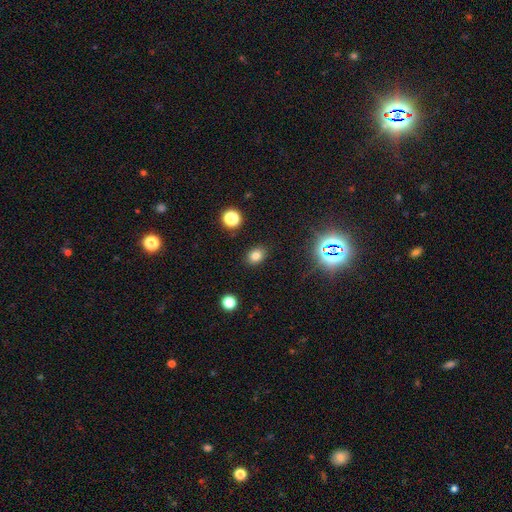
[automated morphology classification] smooth-or-featured: smooth: 78% | star or artifact: 16% | featured or disk: 7%
  how-rounded: in between: 57% | round: 42% | cigar-shaped: 1%
  merging: none: 87% | minor disturbance: 9% | major disturbance: 3% | merger: 2%